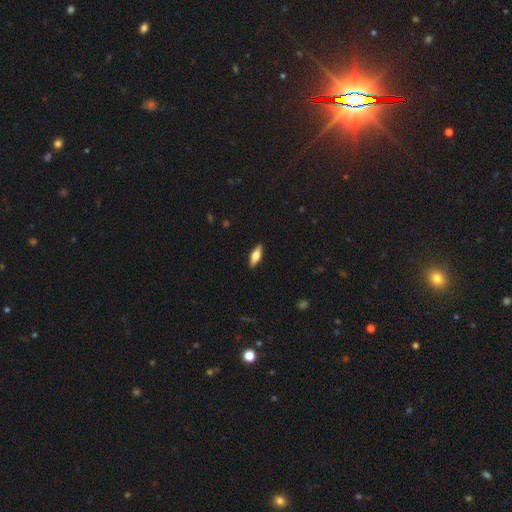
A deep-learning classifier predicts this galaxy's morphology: Q: Smooth or featured?
A: smooth (52%); runner-up: featured or disk (42%)
Q: How rounded?
A: in between (62%); runner-up: cigar-shaped (35%)
Q: Merging?
A: none (90%); runner-up: minor disturbance (8%)